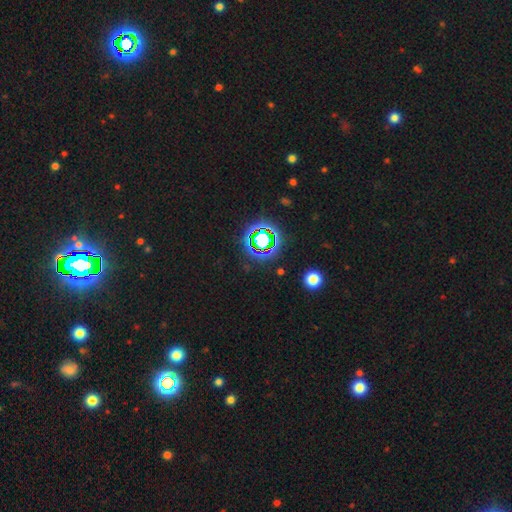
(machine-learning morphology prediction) This appears to be a star or artifact, not a galaxy (77%).